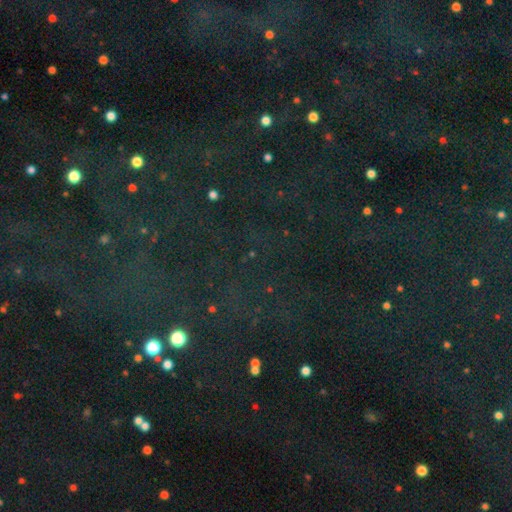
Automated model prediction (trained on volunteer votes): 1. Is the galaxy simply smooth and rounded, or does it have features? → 80% star or artifact, 12% smooth, 8% featured or disk.